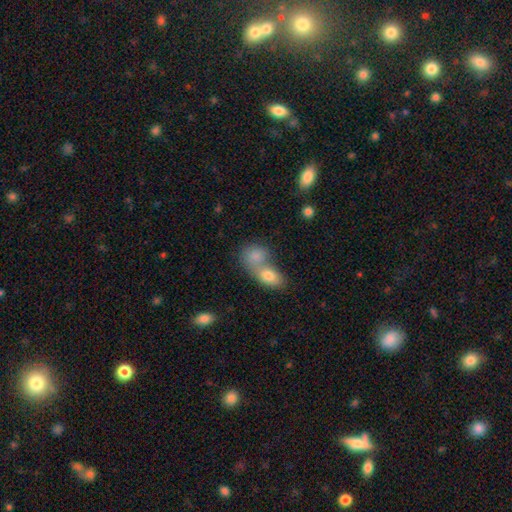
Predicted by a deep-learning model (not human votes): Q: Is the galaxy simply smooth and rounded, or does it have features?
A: smooth — 81%.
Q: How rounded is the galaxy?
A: in between — 61%.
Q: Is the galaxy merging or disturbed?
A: merger — 69%.